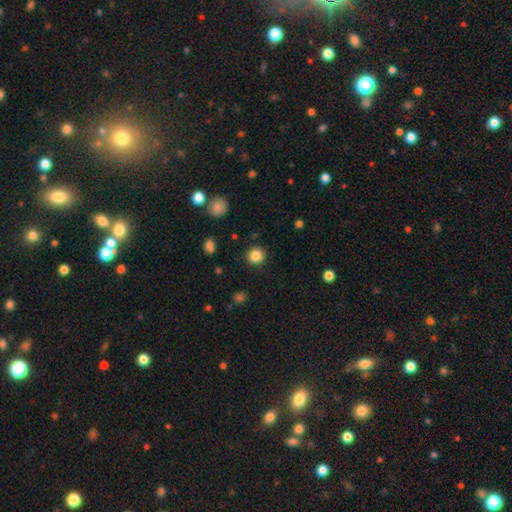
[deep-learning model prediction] smooth-or-featured: smooth: 85% | star or artifact: 11% | featured or disk: 4%
  how-rounded: round: 93% | in between: 7% | cigar-shaped: 1%
  merging: none: 90% | minor disturbance: 6% | major disturbance: 2% | merger: 1%